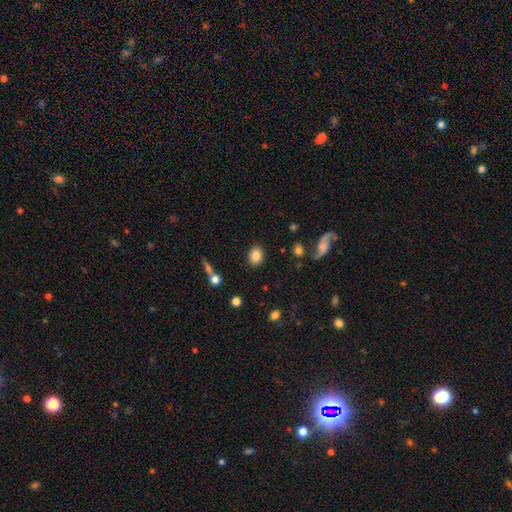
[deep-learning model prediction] Smooth or featured: smooth — 84% (star or artifact — 8%)
How rounded: in between — 60% (round — 38%)
Merging: none — 86% (minor disturbance — 8%)